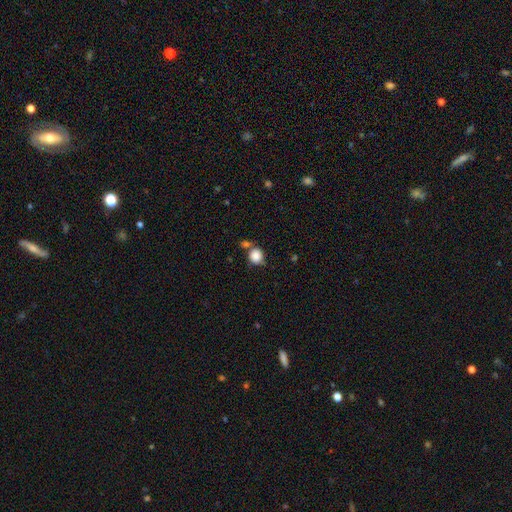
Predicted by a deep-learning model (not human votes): Morphology: type=smooth (86%); roundness=round (84%); merging=none (59%).